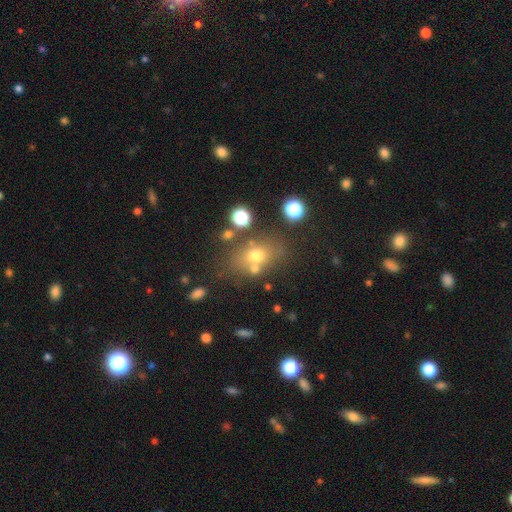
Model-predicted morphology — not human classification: A smooth galaxy with no disk features (63%) that is in between round and cigar-shaped (60%). Merging: none (63%).